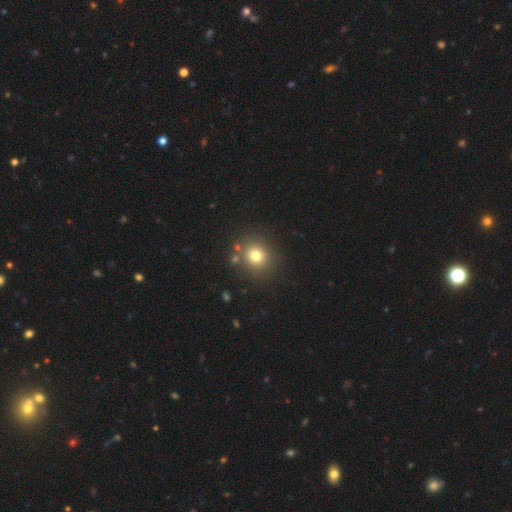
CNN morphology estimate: This appears to be a smooth galaxy with no disk features (76%) that is round (84%). Merging: none (81%).